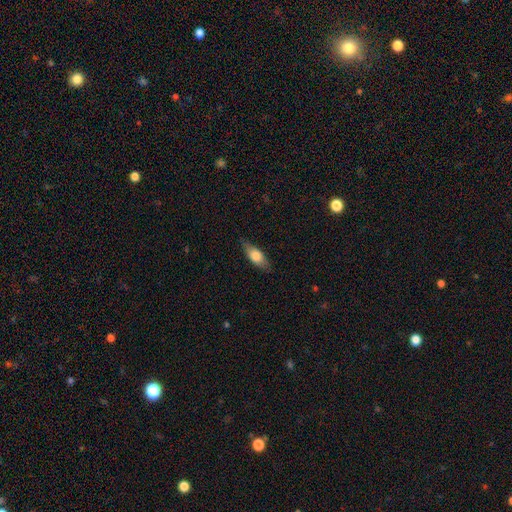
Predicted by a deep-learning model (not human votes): Morphology: type=smooth (69%); roundness=in between (70%); merging=none (80%).